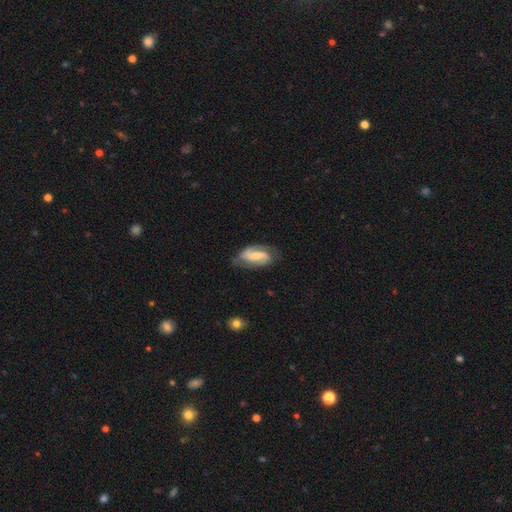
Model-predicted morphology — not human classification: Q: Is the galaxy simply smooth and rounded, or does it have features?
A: featured or disk — 78%.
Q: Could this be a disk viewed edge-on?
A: no — 96%.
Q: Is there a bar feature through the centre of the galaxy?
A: weak — 46%.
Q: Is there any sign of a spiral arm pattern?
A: yes — 95%.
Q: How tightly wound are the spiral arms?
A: medium — 46%.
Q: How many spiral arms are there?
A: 2 — 86%.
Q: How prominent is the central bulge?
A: small — 43%.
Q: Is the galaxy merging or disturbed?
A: none — 69%.